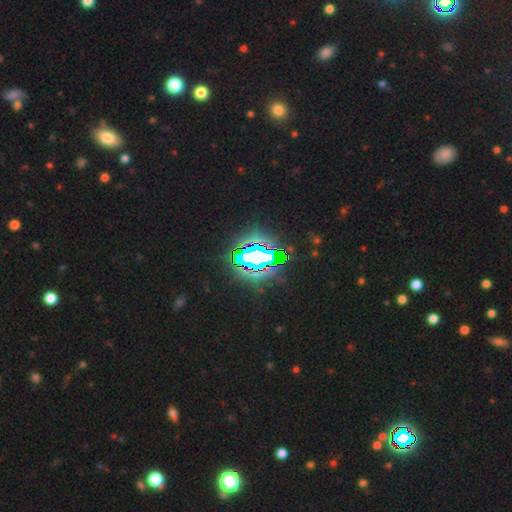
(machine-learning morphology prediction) A star or artifact, not a galaxy (76%).